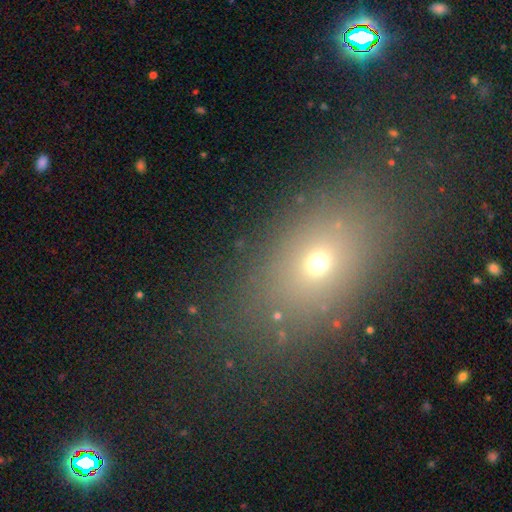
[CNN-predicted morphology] Smooth or featured? Predicted: smooth (p=0.60). How rounded? Predicted: in between (p=0.68). Merging? Predicted: none (p=0.80).